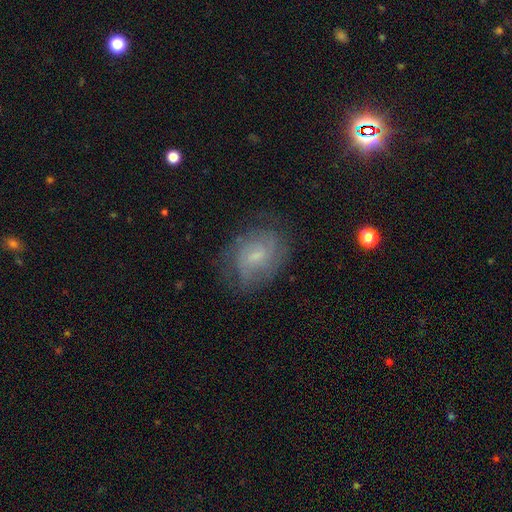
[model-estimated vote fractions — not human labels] Overall: featured or disk (63%; smooth 28%). Edge-on disk: no (97%). Bar: weak (52%; no 39%). Spiral arms: yes (85%). Spiral arm count: 2 (44%; can't tell 38%). Spiral winding: tight (42%; medium 41%). Bulge size: small (60%; moderate 24%). Merging: none (68%).